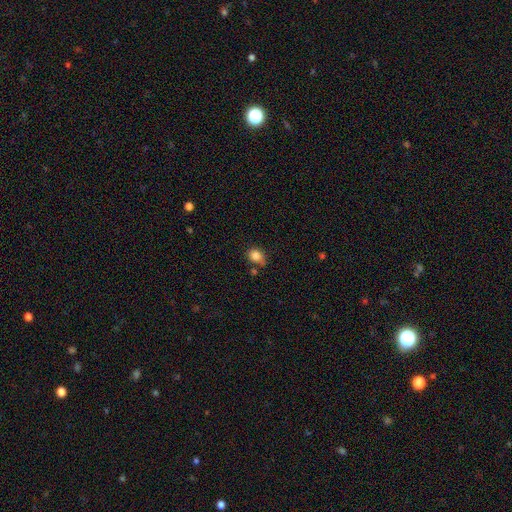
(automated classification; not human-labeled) Overall: smooth (84%). How rounded: round (52%; in between 47%). Merging: none (59%; minor disturbance 27%).